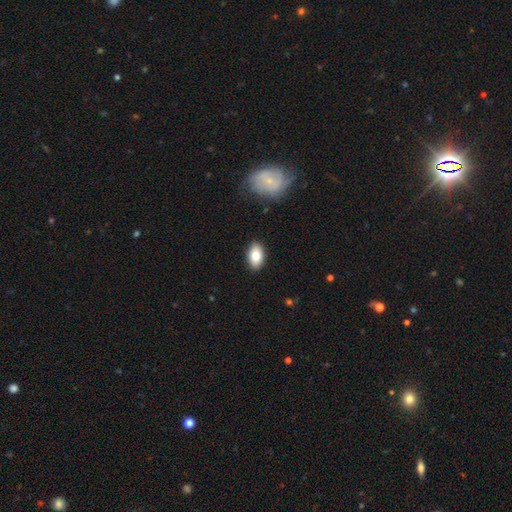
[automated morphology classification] Overall: smooth (80%). How rounded: in between (91%). Merging: none (88%).